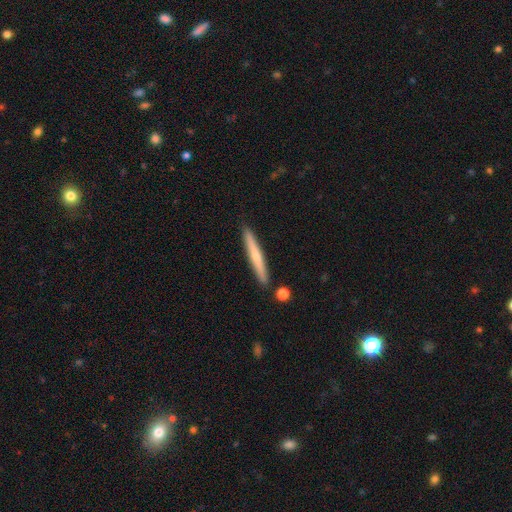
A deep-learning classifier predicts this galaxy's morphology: Smooth or featured? smooth (55%)
How rounded? cigar-shaped (96%)
Merging? none (89%)